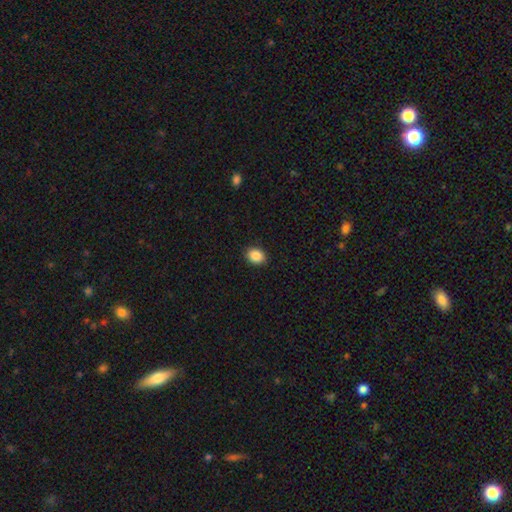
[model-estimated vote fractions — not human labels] A smooth galaxy with no disk features (87%) that is in between round and cigar-shaped (51%).

Vote fractions:
- Smooth or featured? smooth: 87% / star or artifact: 9% / featured or disk: 4%
- How rounded? in between: 51% / round: 48% / cigar-shaped: 1%
- Merging? none: 90% / minor disturbance: 7% / major disturbance: 2% / merger: 1%